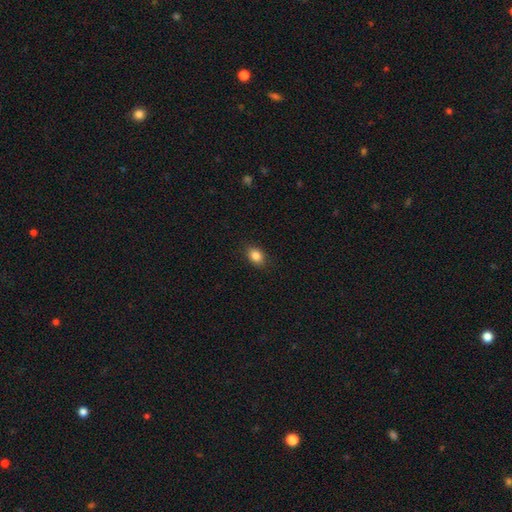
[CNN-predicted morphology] Smooth or featured? smooth (85%)
How rounded? in between (70%)
Merging? none (88%)